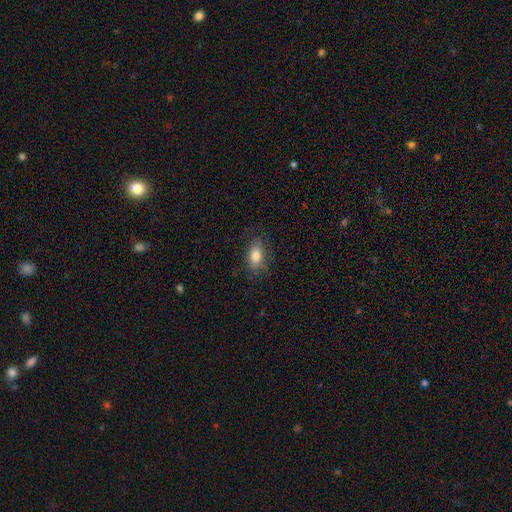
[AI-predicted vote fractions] Smooth or featured? Predicted: smooth (p=0.79). How rounded? Predicted: in between (p=0.87). Merging? Predicted: none (p=0.74).